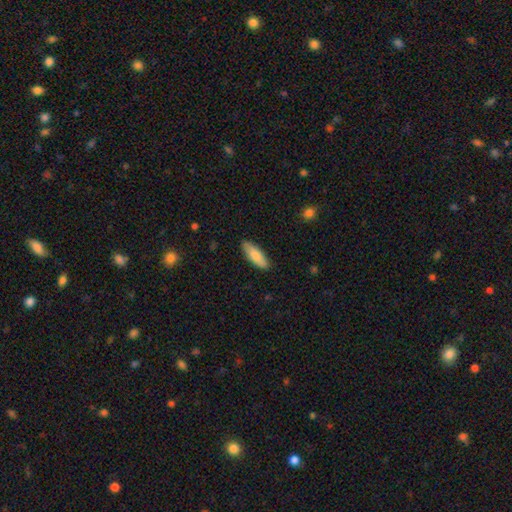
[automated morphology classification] Smooth or featured? Predicted: smooth (p=0.85). How rounded? Predicted: in between (p=0.61). Merging? Predicted: none (p=0.86).